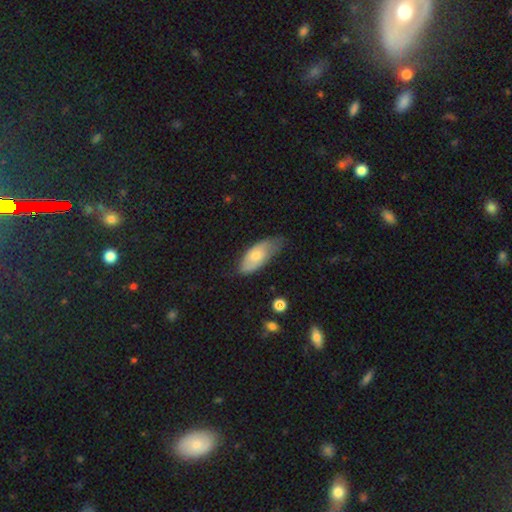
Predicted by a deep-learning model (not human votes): The model was most divided on "merging": none: 47%, minor disturbance: 39%, major disturbance: 12%, merger: 2%. More confident: how rounded — in between (85%); smooth or featured — smooth (63%).